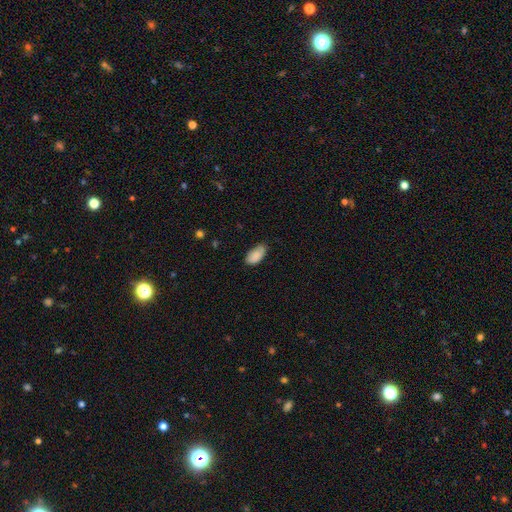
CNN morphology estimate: Overall: smooth (86%). How rounded: in between (94%). Merging: none (65%; minor disturbance 29%).